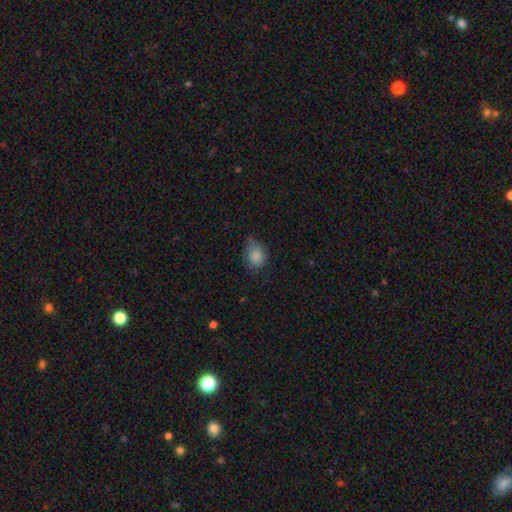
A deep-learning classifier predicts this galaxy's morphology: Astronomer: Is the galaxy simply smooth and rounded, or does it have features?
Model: smooth — 84%.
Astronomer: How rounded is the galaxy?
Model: in between — 68%.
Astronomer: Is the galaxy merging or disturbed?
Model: none — 53% (runner-up: minor disturbance, 35%).